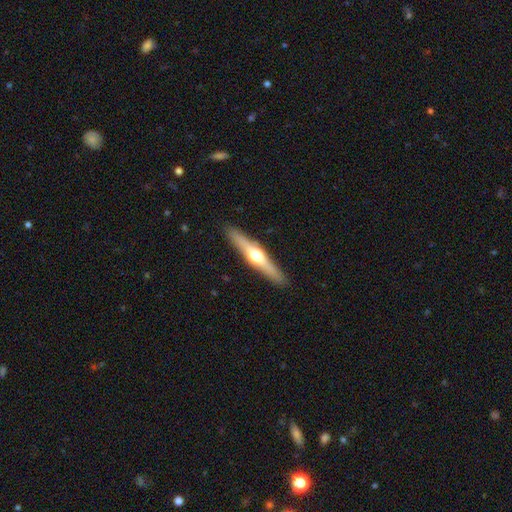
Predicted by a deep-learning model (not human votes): featured or disk 66%, smooth 29%, star or artifact 5%. Down the decision tree: edge-on disk — yes (96%); edge-on bulge — rounded (94%); merging — none (91%).